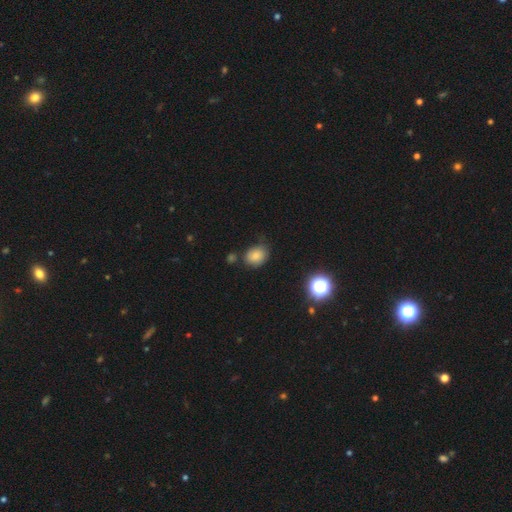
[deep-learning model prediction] Smooth or featured?
  - smooth: 79% *
  - star or artifact: 13%
  - featured or disk: 9%
How rounded?
  - round: 50% *
  - in between: 49%
  - cigar-shaped: 1%
Merging?
  - none: 66% *
  - minor disturbance: 23%
  - merger: 5%
  - major disturbance: 5%